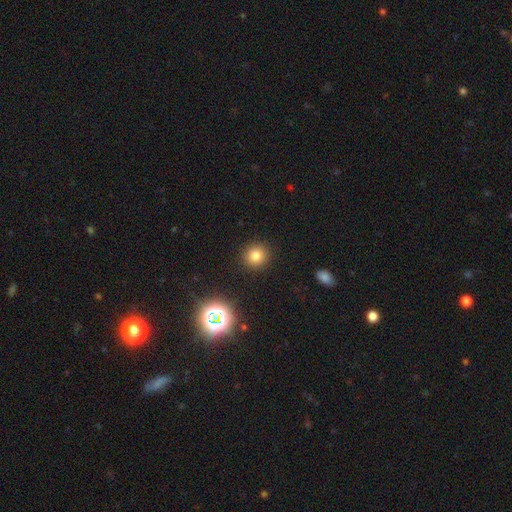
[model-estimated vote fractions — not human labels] A smooth galaxy with no disk features (78%) that is round (88%). Merging: none (90%).